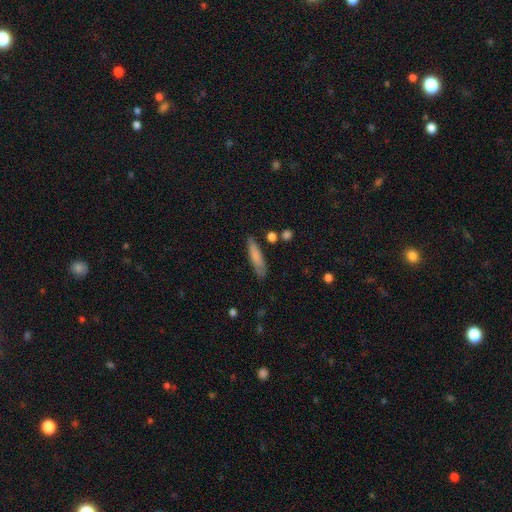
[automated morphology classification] Overall: smooth (79%). How rounded: cigar-shaped (76%). Merging: none (77%).